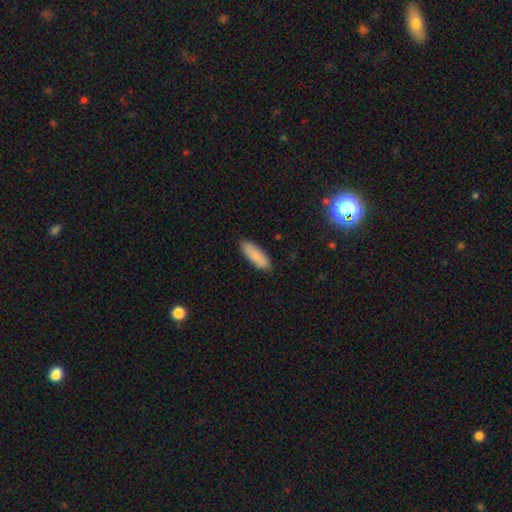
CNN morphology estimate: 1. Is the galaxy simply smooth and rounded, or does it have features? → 87% smooth, 7% featured or disk, 6% star or artifact.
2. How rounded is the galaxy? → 55% in between, 43% cigar-shaped, 2% round.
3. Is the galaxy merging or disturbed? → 87% none, 10% minor disturbance, 2% major disturbance, 1% merger.